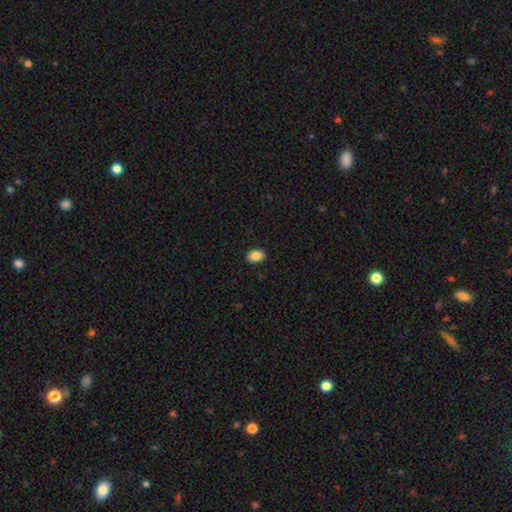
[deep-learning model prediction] smooth_or_featured: smooth (p=0.88) [alt: star or artifact p=0.08]
how_rounded: in between (p=0.79) [alt: round p=0.20]
merging: none (p=0.91) [alt: minor disturbance p=0.07]